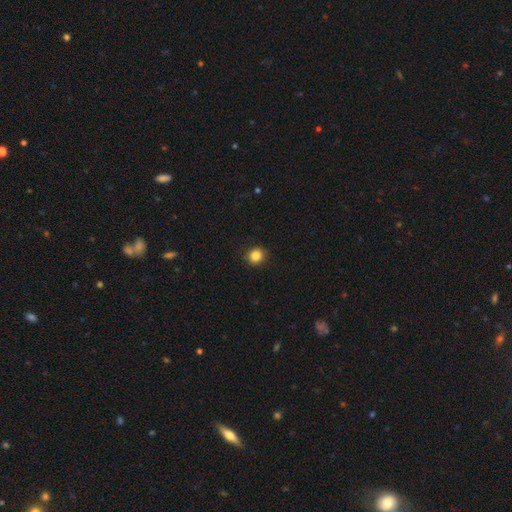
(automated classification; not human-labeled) This is clearly a smooth galaxy (85%). How rounded: clearly round (81%). Merging: clearly none (89%).